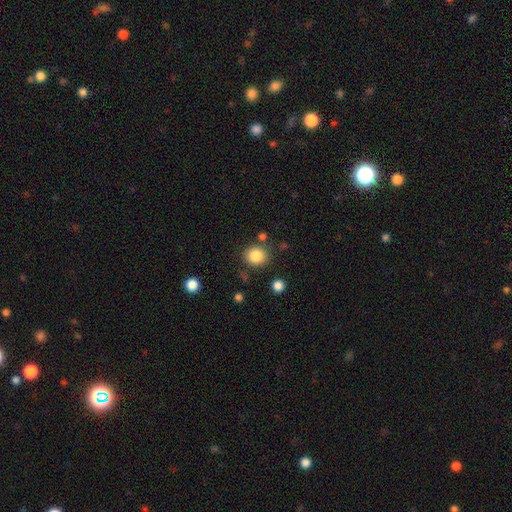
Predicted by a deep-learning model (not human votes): Q: Smooth or featured?
A: smooth (86%); runner-up: star or artifact (10%)
Q: How rounded?
A: round (80%); runner-up: in between (20%)
Q: Merging?
A: none (81%); runner-up: minor disturbance (10%)